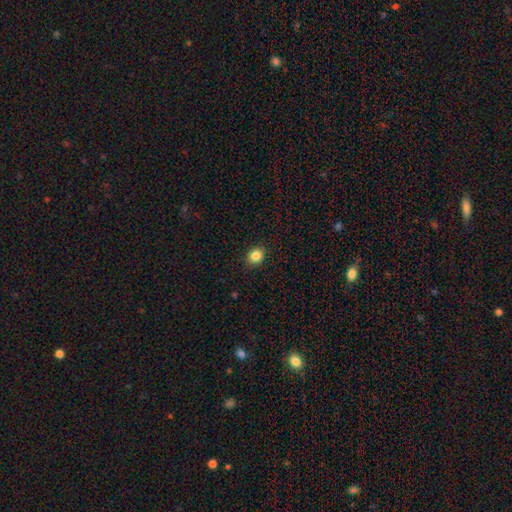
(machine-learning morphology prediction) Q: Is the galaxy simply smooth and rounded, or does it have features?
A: smooth — 85%.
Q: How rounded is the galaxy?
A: round — 65%.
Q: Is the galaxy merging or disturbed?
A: none — 90%.